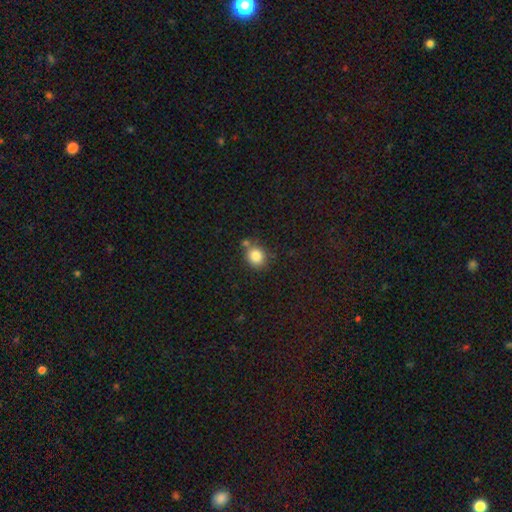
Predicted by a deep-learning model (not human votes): Morphology: type=smooth (84%); roundness=round (76%); merging=none (67%).